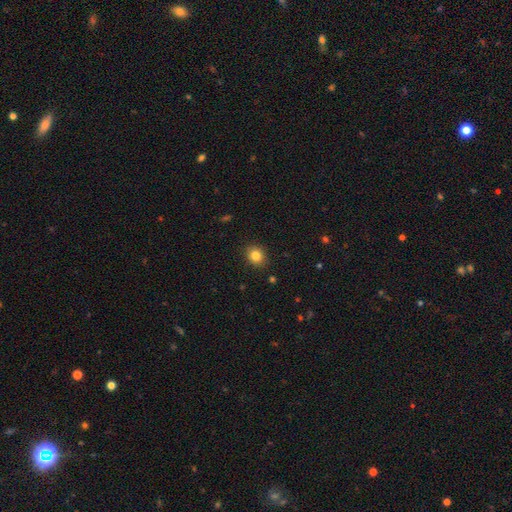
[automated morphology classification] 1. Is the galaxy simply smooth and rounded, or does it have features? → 83% smooth, 11% star or artifact, 6% featured or disk.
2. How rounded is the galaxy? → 71% round, 28% in between, 1% cigar-shaped.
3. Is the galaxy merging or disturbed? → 90% none, 7% minor disturbance, 2% major disturbance, 1% merger.